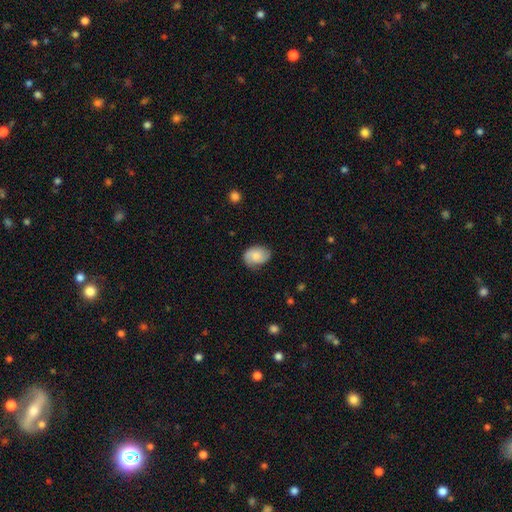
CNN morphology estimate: smooth_or_featured: smooth (p=0.70) [alt: featured or disk p=0.23]
how_rounded: in between (p=0.73) [alt: round p=0.26]
merging: none (p=0.72) [alt: minor disturbance p=0.22]